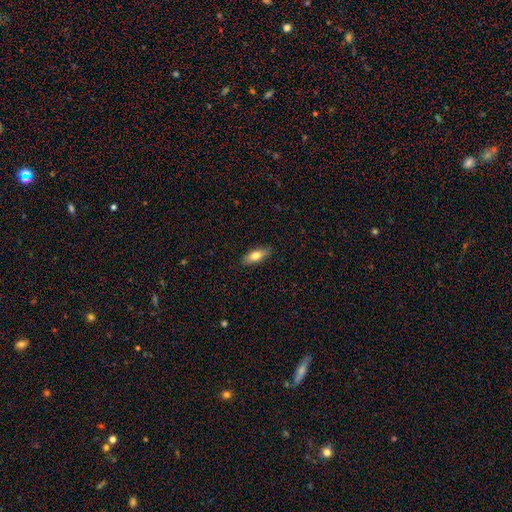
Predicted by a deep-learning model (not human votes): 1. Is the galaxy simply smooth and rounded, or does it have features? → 73% smooth, 21% featured or disk, 7% star or artifact.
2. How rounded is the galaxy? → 65% in between, 32% cigar-shaped, 3% round.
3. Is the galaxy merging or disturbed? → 87% none, 10% minor disturbance, 2% major disturbance, 1% merger.